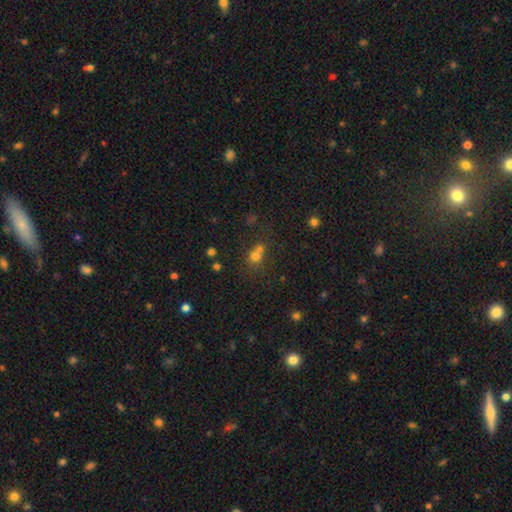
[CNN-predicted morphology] type=smooth (69%); roundness=round (80%); merging=merger (50%).